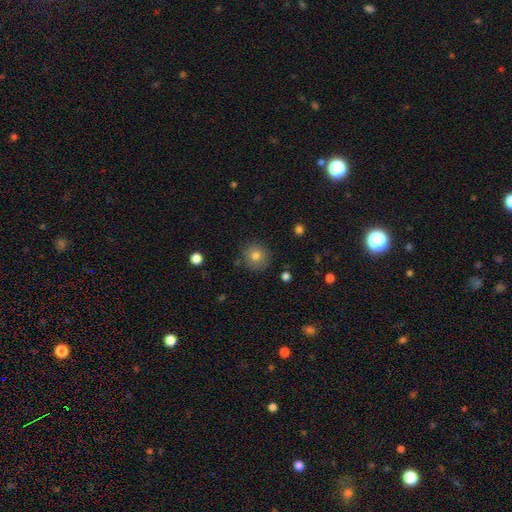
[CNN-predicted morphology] Smooth or featured? Predicted: smooth (p=0.78). How rounded? Predicted: round (p=0.91). Merging? Predicted: none (p=0.88).